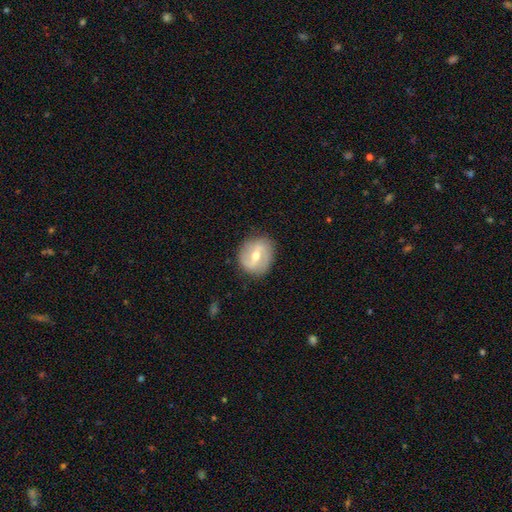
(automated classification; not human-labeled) Smooth or featured? Predicted: featured or disk (p=0.62). Edge-on disk? Predicted: no (p=0.95). Bar? Predicted: weak (p=0.46). Spiral arms? Predicted: yes (p=0.66). Bulge size? Predicted: moderate (p=0.70). Merging? Predicted: none (p=0.85).